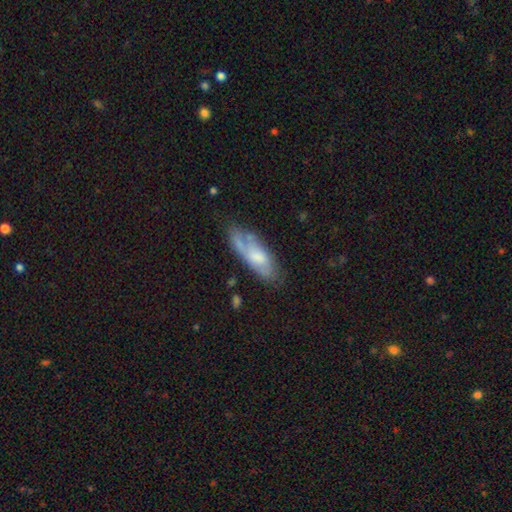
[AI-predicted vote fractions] smooth 51%, featured or disk 43%, star or artifact 7%. Down the decision tree: how rounded — in between (65%); merging — none (56%).